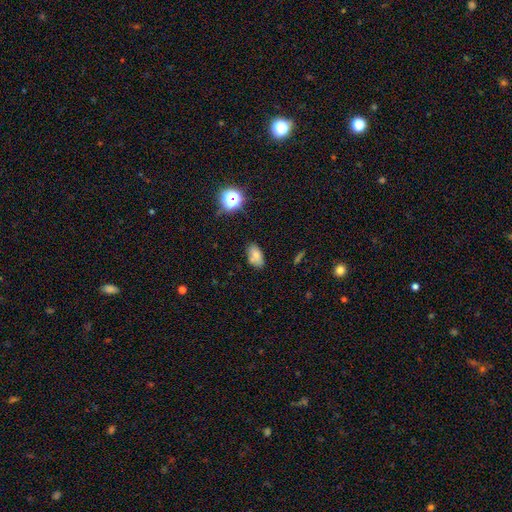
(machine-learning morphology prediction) type=smooth (71%); roundness=in between (89%); merging=none (68%).